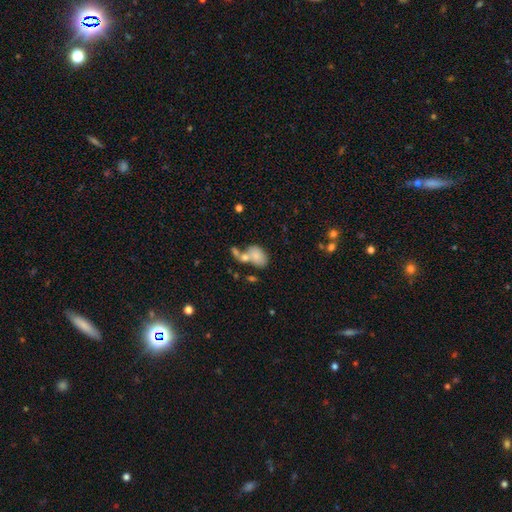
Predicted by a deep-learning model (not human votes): The model was most divided on "merging": merger: 47%, none: 32%, minor disturbance: 14%, major disturbance: 7%. More confident: how rounded — in between (86%); smooth or featured — smooth (76%).